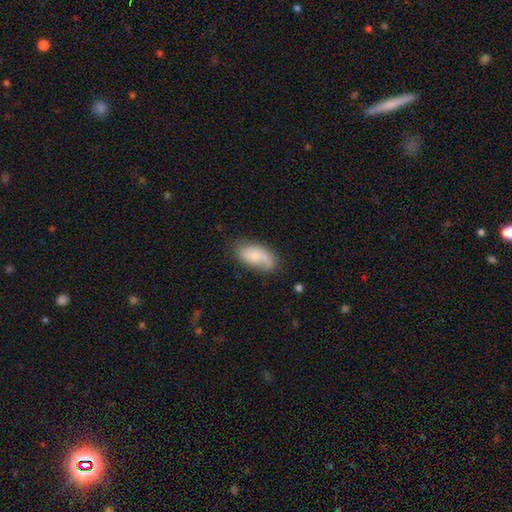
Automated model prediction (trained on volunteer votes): smooth-or-featured: smooth: 55% | featured or disk: 37% | star or artifact: 7%
  how-rounded: in between: 92% | cigar-shaped: 4% | round: 4%
  merging: none: 57% | minor disturbance: 28% | major disturbance: 12% | merger: 3%